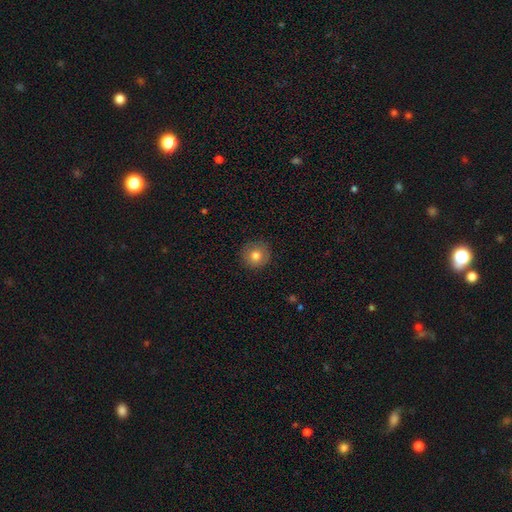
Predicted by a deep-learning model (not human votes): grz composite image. It shows a smooth galaxy with no disk features (76%) that is round (94%). Merging: none (89%).